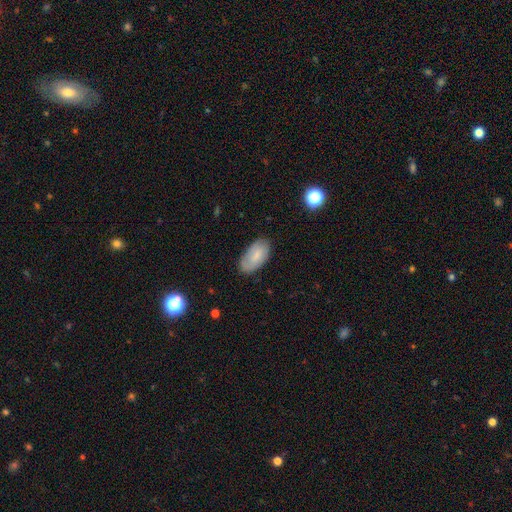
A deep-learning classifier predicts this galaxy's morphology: Smooth or featured? Predicted: smooth (p=0.72). How rounded? Predicted: in between (p=0.94). Merging? Predicted: none (p=0.78).